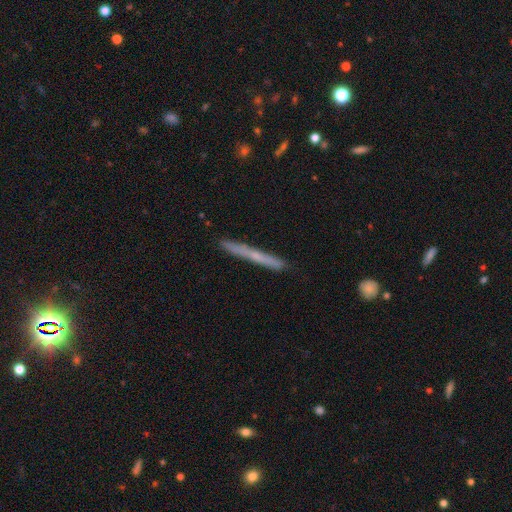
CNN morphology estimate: The model was most divided on "smooth or featured": featured or disk: 48%, smooth: 45%, star or artifact: 7%. More confident: merging — none (88%).